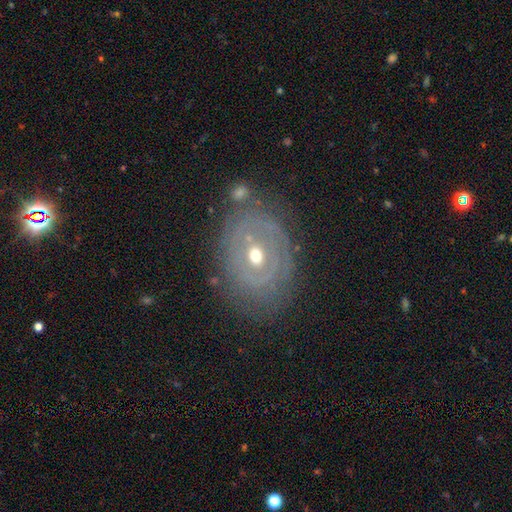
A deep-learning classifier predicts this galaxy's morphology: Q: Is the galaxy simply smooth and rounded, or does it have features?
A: featured or disk — 64%.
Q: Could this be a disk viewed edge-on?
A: no — 95%.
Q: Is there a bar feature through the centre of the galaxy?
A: no — 81%.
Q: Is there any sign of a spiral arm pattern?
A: no — 61%.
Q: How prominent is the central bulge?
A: moderate — 63%.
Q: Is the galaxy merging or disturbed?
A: none — 68%.